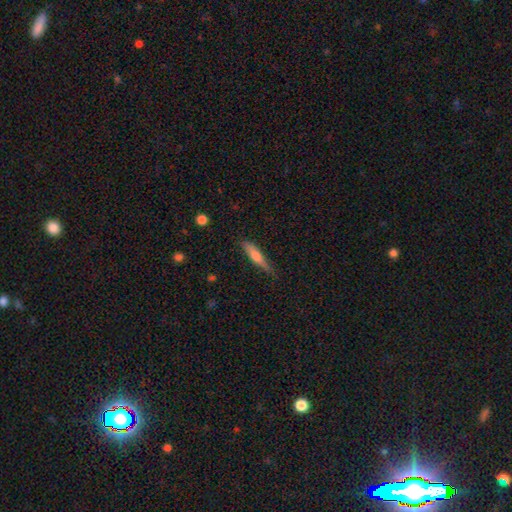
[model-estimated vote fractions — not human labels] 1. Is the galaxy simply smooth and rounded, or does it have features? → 56% smooth, 38% featured or disk, 6% star or artifact.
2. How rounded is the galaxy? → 86% cigar-shaped, 12% in between, 2% round.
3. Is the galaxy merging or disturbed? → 78% none, 17% minor disturbance, 3% major disturbance, 1% merger.